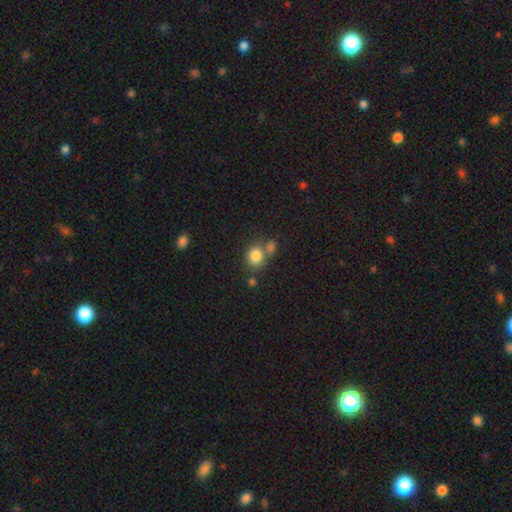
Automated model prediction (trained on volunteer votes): This is clearly a smooth galaxy (82%). How rounded: likely round (71%). Merging: possibly none (55%).